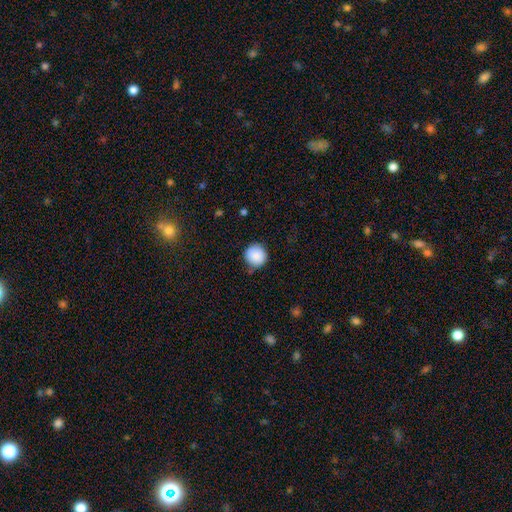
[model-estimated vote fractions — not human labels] Smooth or featured?
  - smooth: 87% *
  - star or artifact: 8%
  - featured or disk: 5%
How rounded?
  - round: 94% *
  - in between: 5%
  - cigar-shaped: 1%
Merging?
  - none: 76% *
  - minor disturbance: 18%
  - major disturbance: 4%
  - merger: 2%